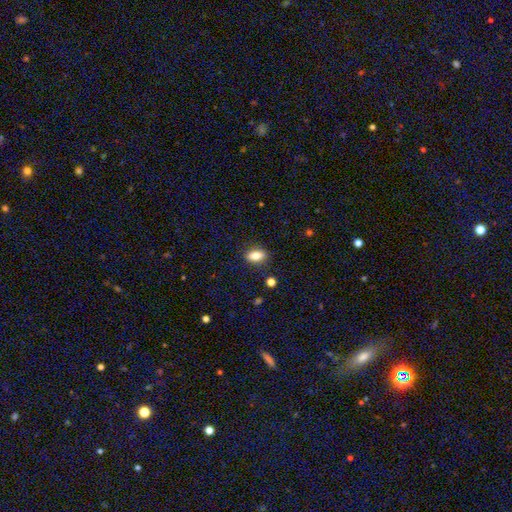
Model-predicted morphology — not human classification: Smooth or featured? smooth (81%)
How rounded? in between (84%)
Merging? none (86%)